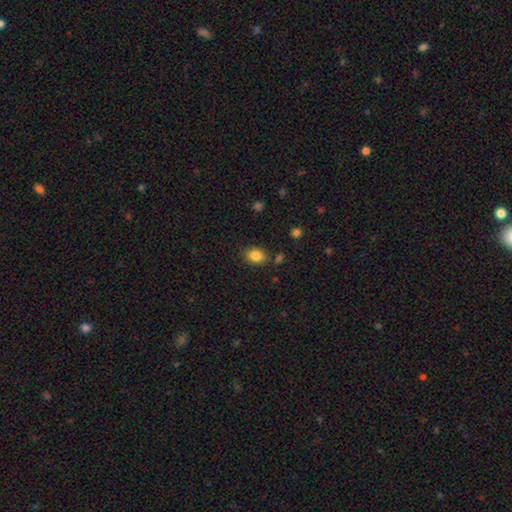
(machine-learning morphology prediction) A smooth galaxy with no disk features (84%) that is in between round and cigar-shaped (63%).

Vote fractions:
- Smooth or featured? smooth: 84% / star or artifact: 10% / featured or disk: 6%
- How rounded? in between: 63% / round: 36% / cigar-shaped: 1%
- Merging? none: 80% / minor disturbance: 13% / merger: 4% / major disturbance: 3%